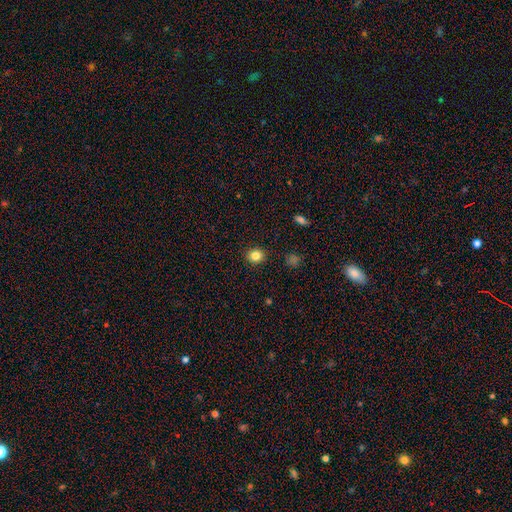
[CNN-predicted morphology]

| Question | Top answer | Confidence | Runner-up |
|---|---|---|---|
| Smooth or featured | smooth | 83% | star or artifact (12%) |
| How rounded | round | 75% | in between (24%) |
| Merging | none | 90% | minor disturbance (7%) |